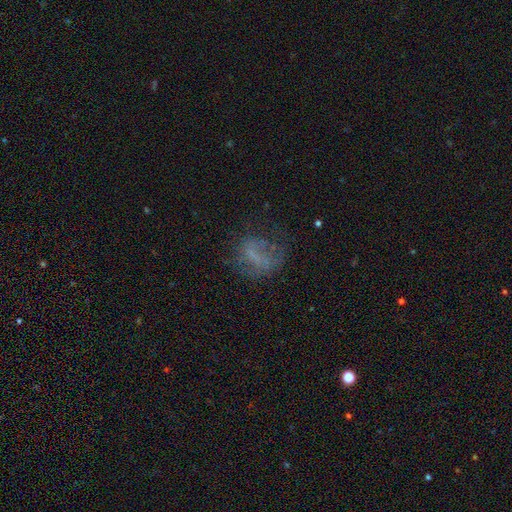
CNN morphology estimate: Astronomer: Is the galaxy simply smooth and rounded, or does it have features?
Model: smooth — 41% (runner-up: featured or disk, 38%).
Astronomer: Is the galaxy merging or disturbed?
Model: none — 47% (runner-up: major disturbance, 29%).